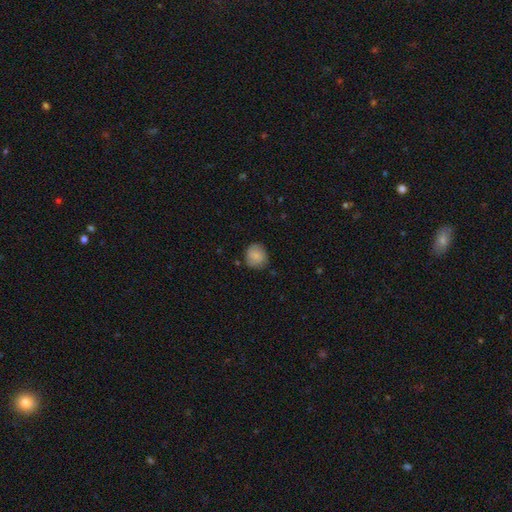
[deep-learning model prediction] The model was most divided on "merging": none: 76%, minor disturbance: 19%, major disturbance: 4%, merger: 2%. More confident: smooth or featured — smooth (81%); how rounded — round (81%).